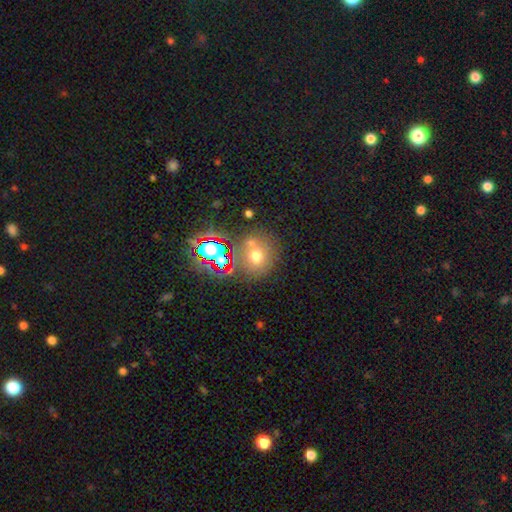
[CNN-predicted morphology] Overall: smooth (62%; star or artifact 24%). How rounded: round (80%). Merging: none (66%).